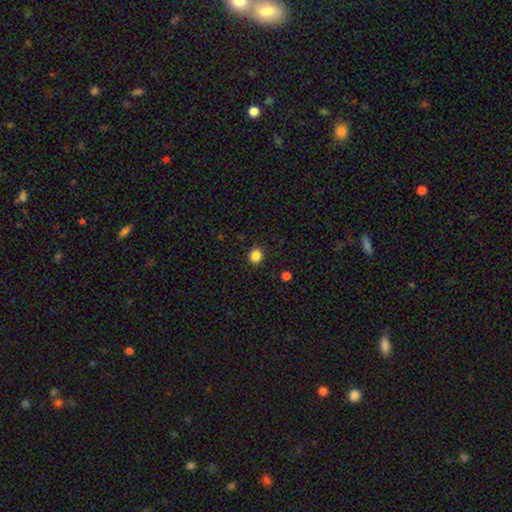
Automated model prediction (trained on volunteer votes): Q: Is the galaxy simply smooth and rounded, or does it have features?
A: smooth — 85%.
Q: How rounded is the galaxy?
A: round — 87%.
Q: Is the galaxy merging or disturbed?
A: none — 91%.